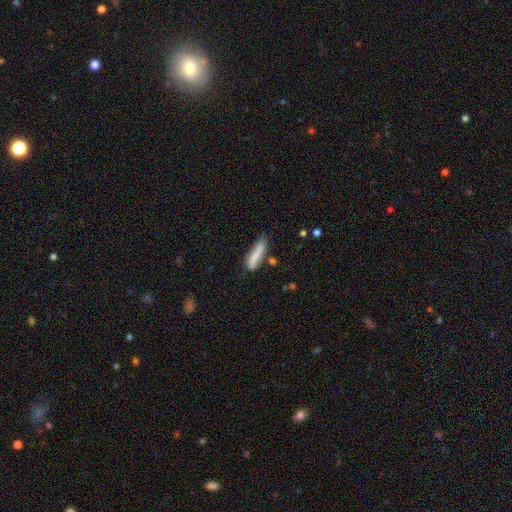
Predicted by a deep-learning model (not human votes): smooth-or-featured: smooth: 73% | featured or disk: 20% | star or artifact: 7%
  how-rounded: cigar-shaped: 74% | in between: 24% | round: 2%
  merging: none: 61% | minor disturbance: 26% | merger: 7% | major disturbance: 7%